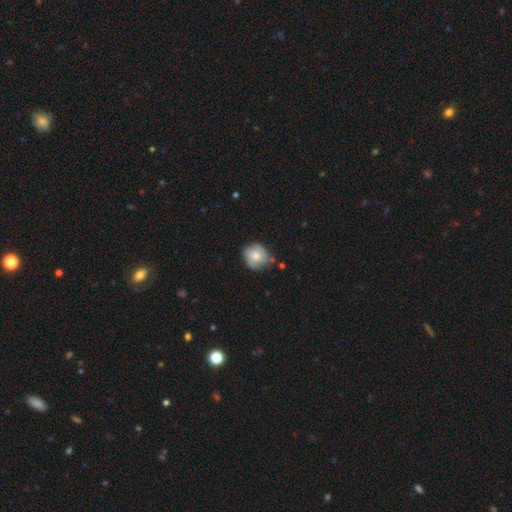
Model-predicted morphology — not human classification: smooth-or-featured: smooth: 64% | featured or disk: 28% | star or artifact: 7%
  how-rounded: round: 81% | in between: 18% | cigar-shaped: 1%
  merging: none: 63% | minor disturbance: 27% | major disturbance: 6% | merger: 5%